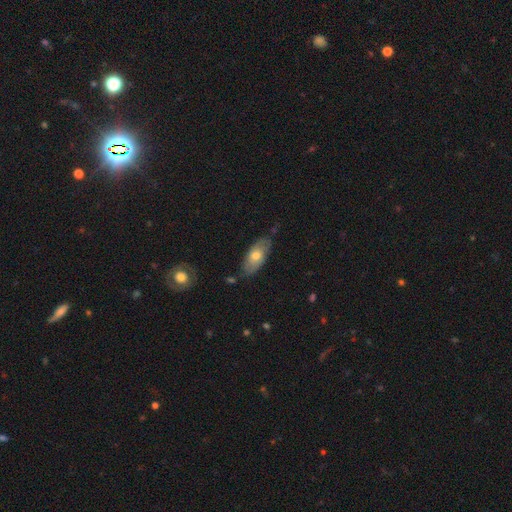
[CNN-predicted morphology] Smooth or featured: smooth — 58% (featured or disk — 35%)
How rounded: in between — 86% (cigar-shaped — 11%)
Merging: none — 71% (minor disturbance — 22%)